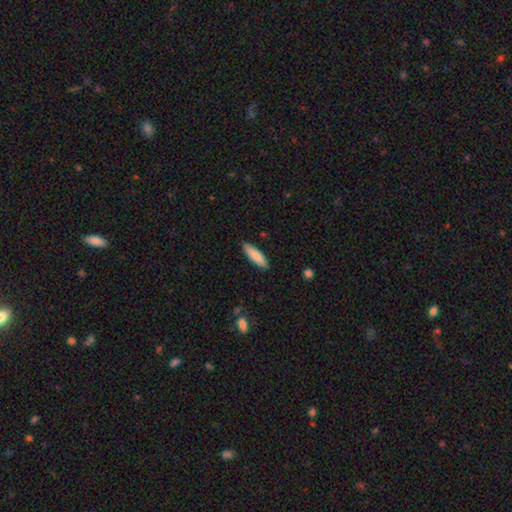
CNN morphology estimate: A smooth galaxy with no disk features (84%) that is cigar-shaped (62%).

Vote fractions:
- Smooth or featured? smooth: 84% / featured or disk: 11% / star or artifact: 6%
- How rounded? cigar-shaped: 62% / in between: 37% / round: 1%
- Merging? none: 87% / minor disturbance: 10% / major disturbance: 2% / merger: 1%